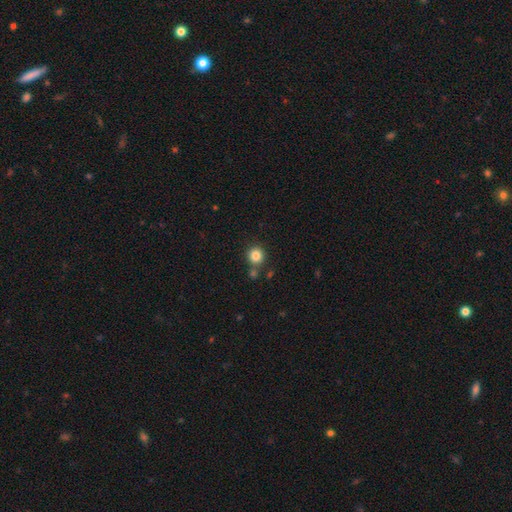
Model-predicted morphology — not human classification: Smooth or featured? smooth (84%)
How rounded? round (93%)
Merging? none (79%)